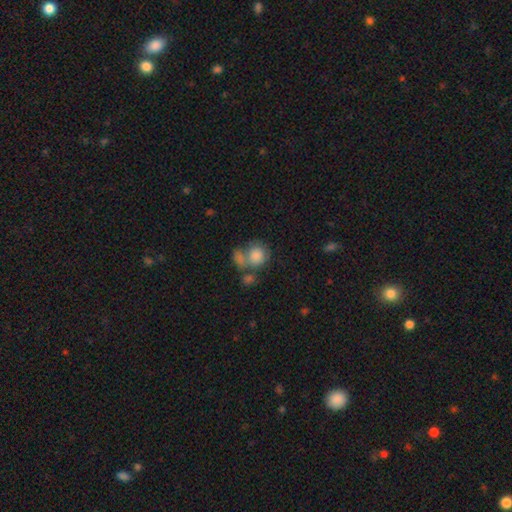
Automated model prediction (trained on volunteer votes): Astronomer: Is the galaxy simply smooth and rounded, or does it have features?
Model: smooth — 78%.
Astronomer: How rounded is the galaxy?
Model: round — 71%.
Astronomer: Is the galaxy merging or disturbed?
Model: merger — 45% (runner-up: none, 31%).